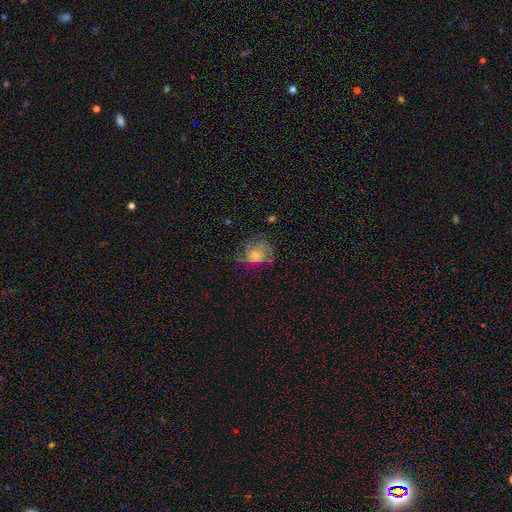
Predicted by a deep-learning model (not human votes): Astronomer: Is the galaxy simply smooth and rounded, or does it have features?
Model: featured or disk — 48% (runner-up: smooth, 37%).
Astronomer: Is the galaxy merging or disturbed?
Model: none — 63%.